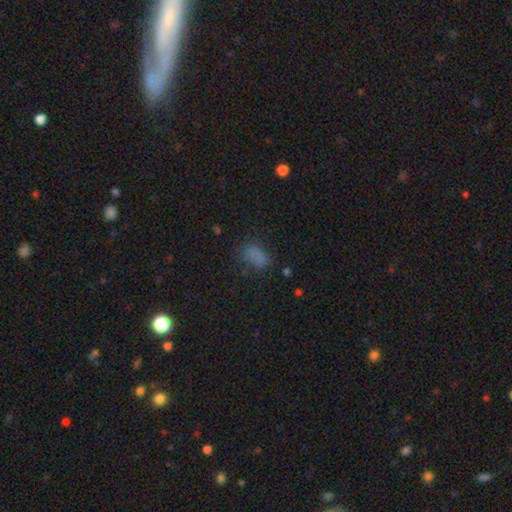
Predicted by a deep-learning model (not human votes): This appears to be a smooth galaxy with no disk features (72%) that is in between round and cigar-shaped (86%). Merging: none (55%).